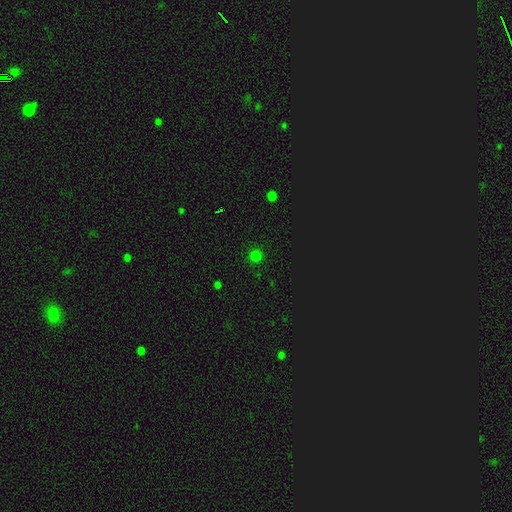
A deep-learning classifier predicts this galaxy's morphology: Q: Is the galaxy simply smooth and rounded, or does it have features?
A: smooth — 72%.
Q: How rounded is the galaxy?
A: round — 95%.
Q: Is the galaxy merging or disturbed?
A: none — 91%.